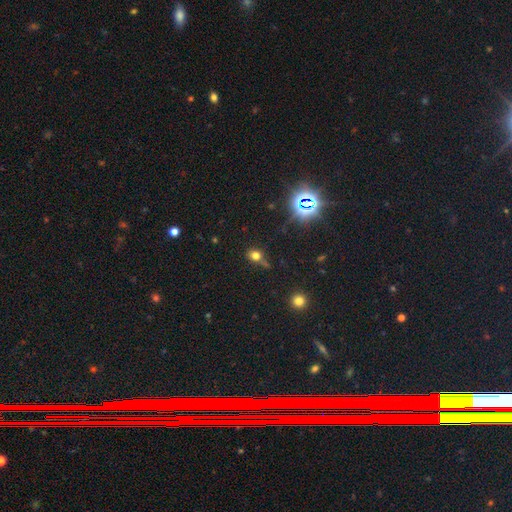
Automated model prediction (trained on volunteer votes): smooth_or_featured: smooth (p=0.68) [alt: star or artifact p=0.23]
how_rounded: round (p=0.61) [alt: in between p=0.37]
merging: none (p=0.59) [alt: minor disturbance p=0.18]